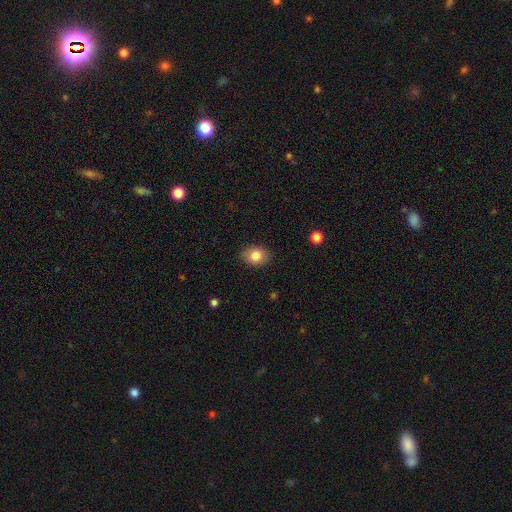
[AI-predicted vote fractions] Smooth or featured: smooth — 83% (star or artifact — 9%)
How rounded: in between — 60% (round — 39%)
Merging: none — 87% (minor disturbance — 9%)